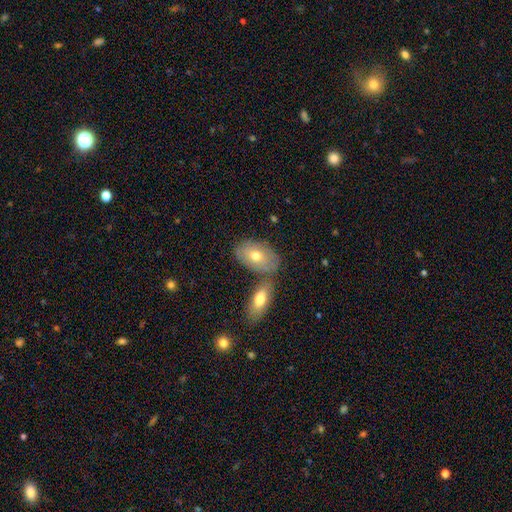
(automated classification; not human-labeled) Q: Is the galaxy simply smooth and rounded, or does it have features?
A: smooth — 64%.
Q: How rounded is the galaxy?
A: in between — 91%.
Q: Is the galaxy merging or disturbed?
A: none — 57%.